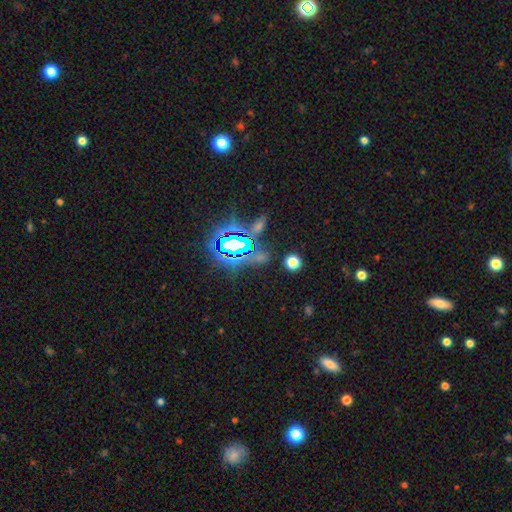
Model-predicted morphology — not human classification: This appears to be a star or artifact, not a galaxy (67%).